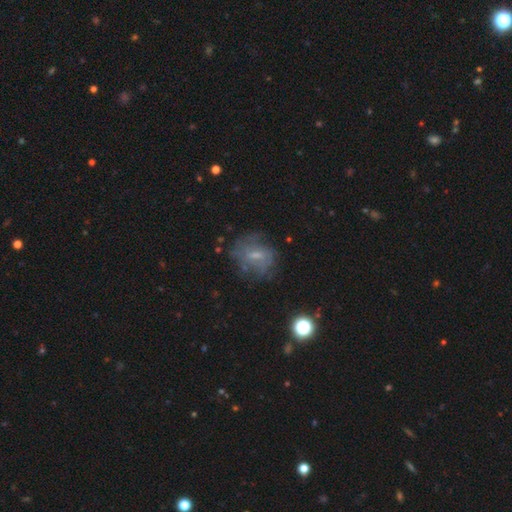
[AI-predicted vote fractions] featured or disk 50%, smooth 34%, star or artifact 16%. Down the decision tree: merging — none (60%).